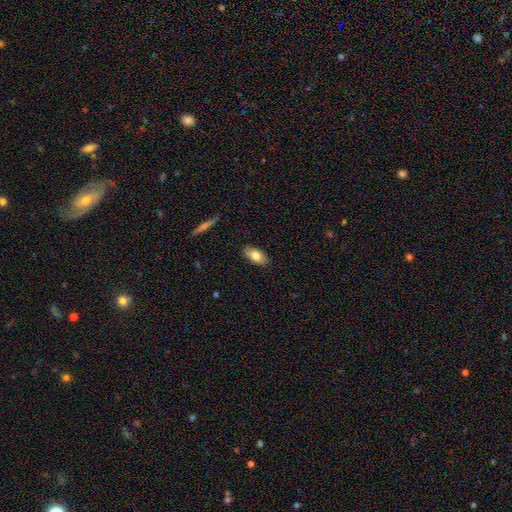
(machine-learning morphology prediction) This is likely a smooth galaxy (77%). How rounded: clearly in between (89%). Merging: clearly none (87%).